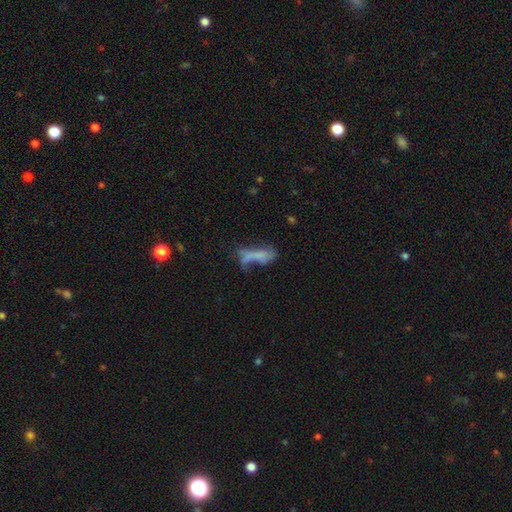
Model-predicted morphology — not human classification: Smooth or featured: smooth — 53% (featured or disk — 32%)
How rounded: in between — 50% (cigar-shaped — 46%)
Merging: major disturbance — 32% (none — 28%)